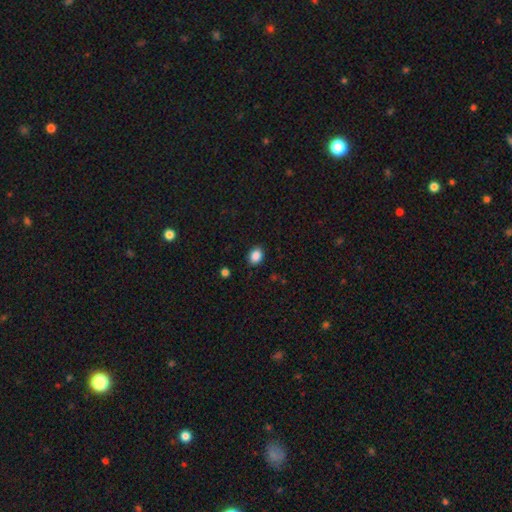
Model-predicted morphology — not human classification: This appears to be a smooth galaxy with no disk features (87%) that is in between round and cigar-shaped (61%). Merging: none (88%).